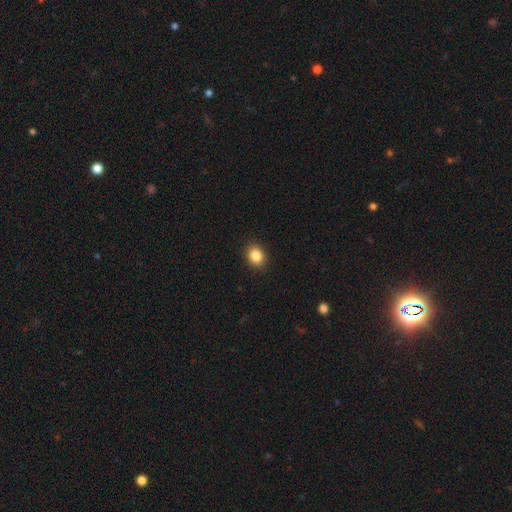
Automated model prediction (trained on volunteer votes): Overall: smooth (86%). How rounded: in between (51%; round 48%). Merging: none (91%).